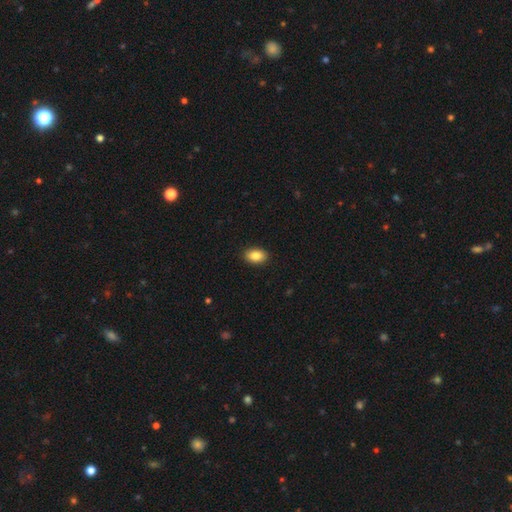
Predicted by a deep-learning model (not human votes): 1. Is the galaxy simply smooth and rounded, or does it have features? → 85% smooth, 8% star or artifact, 7% featured or disk.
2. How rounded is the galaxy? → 90% in between, 9% round, 2% cigar-shaped.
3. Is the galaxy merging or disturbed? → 91% none, 7% minor disturbance, 2% major disturbance, 1% merger.